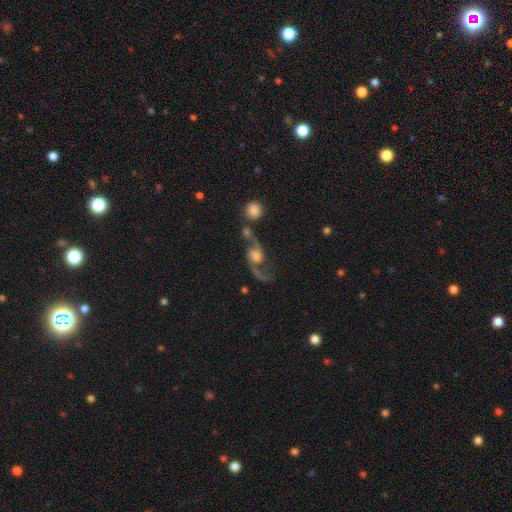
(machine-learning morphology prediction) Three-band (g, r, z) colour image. It shows a featured or disk galaxy (85%) with no bar (60%), 2 (92%) loose (86%) spiral arms (96%) and a moderate central bulge (37%). Merging: none (48%).